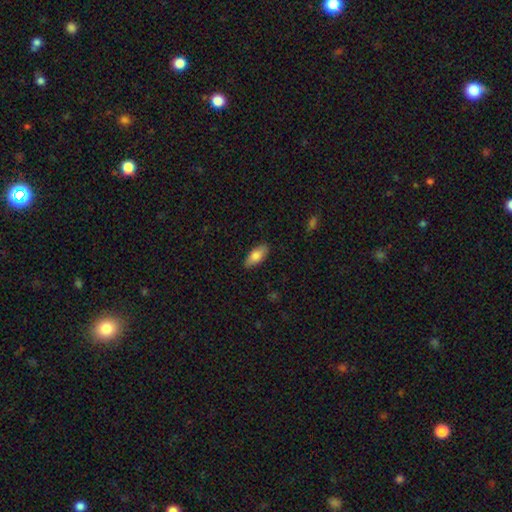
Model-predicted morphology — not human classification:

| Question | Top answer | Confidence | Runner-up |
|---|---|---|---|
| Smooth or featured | smooth | 81% | featured or disk (13%) |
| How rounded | in between | 85% | cigar-shaped (13%) |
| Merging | none | 88% | minor disturbance (9%) |